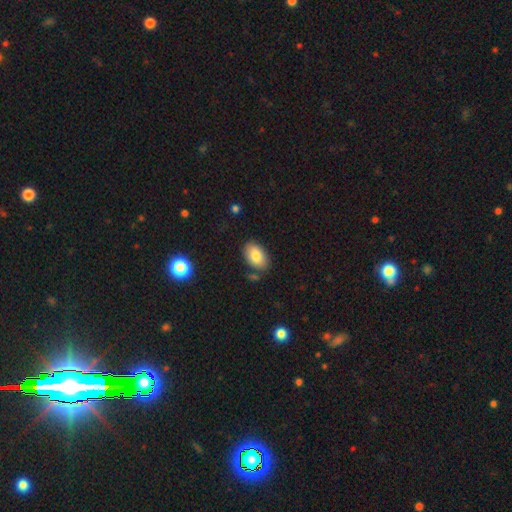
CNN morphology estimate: Smooth or featured?
  - smooth: 82% *
  - featured or disk: 10%
  - star or artifact: 7%
How rounded?
  - in between: 92% *
  - round: 7%
  - cigar-shaped: 1%
Merging?
  - none: 81% *
  - minor disturbance: 12%
  - merger: 4%
  - major disturbance: 3%